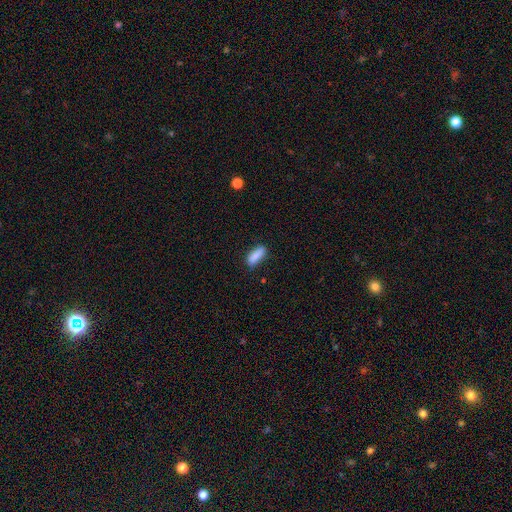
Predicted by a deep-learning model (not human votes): Smooth or featured: smooth — 87% (star or artifact — 7%)
How rounded: in between — 61% (cigar-shaped — 36%)
Merging: none — 76% (minor disturbance — 18%)